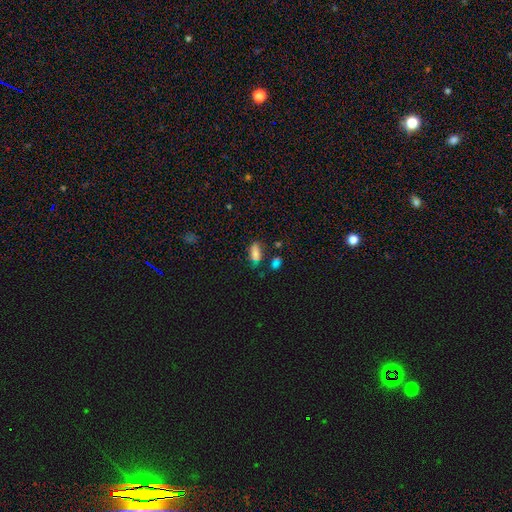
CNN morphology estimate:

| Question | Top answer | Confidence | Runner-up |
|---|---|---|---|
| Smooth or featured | smooth | 73% | star or artifact (14%) |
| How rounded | in between | 86% | cigar-shaped (10%) |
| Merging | none | 59% | minor disturbance (23%) |